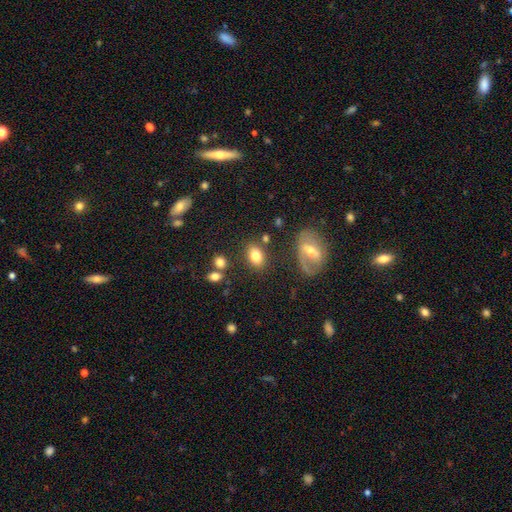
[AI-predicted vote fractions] This appears to be a smooth galaxy with no disk features (78%) that is in between round and cigar-shaped (80%). Merging: none (75%).